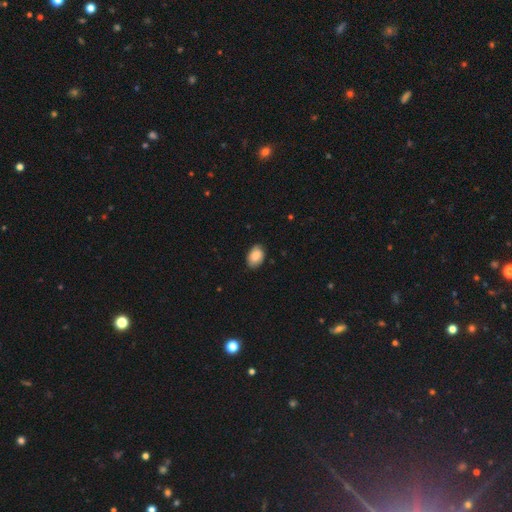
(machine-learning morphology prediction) This appears to be a smooth galaxy with no disk features (83%) that is in between round and cigar-shaped (84%). Merging: none (80%).